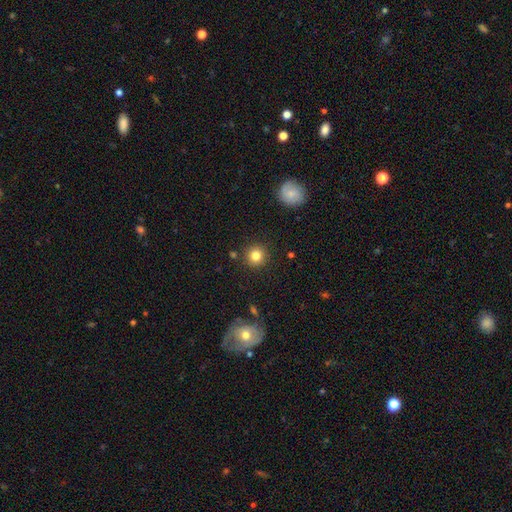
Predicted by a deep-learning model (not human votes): Smooth or featured?
  - smooth: 82% *
  - star or artifact: 11%
  - featured or disk: 7%
How rounded?
  - round: 93% *
  - in between: 6%
  - cigar-shaped: 1%
Merging?
  - none: 89% *
  - minor disturbance: 6%
  - major disturbance: 2%
  - merger: 2%